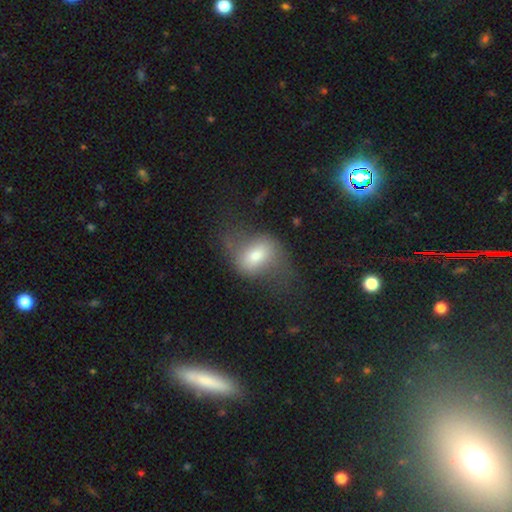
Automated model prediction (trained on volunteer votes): smooth_or_featured: smooth (p=0.51) [alt: featured or disk p=0.40]
how_rounded: in between (p=0.70) [alt: round p=0.27]
merging: none (p=0.44) [alt: major disturbance p=0.29]